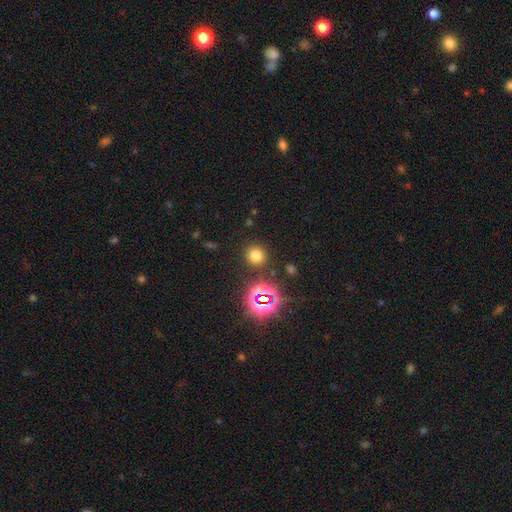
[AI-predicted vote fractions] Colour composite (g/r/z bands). It shows a smooth galaxy with no disk features (70%) that is round (89%). Merging: none (86%).